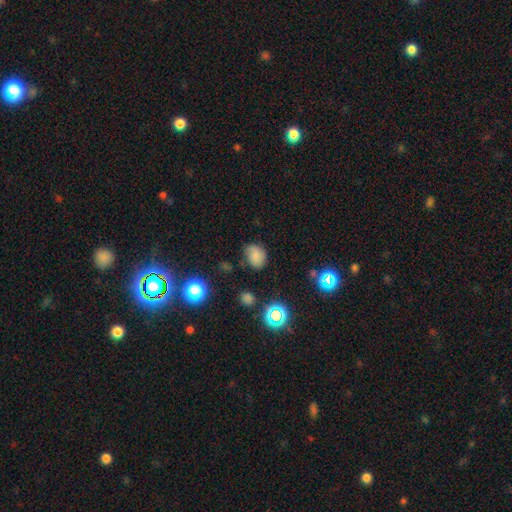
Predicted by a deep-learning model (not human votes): Smooth or featured: smooth — 74% (star or artifact — 15%)
How rounded: in between — 50% (round — 49%)
Merging: none — 67% (minor disturbance — 23%)